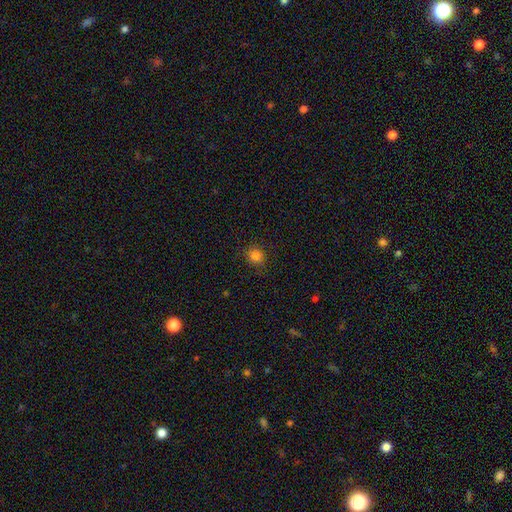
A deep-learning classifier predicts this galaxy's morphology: The model was most divided on "smooth or featured": smooth: 80%, star or artifact: 15%, featured or disk: 5%. More confident: merging — none (86%); how rounded — round (83%).